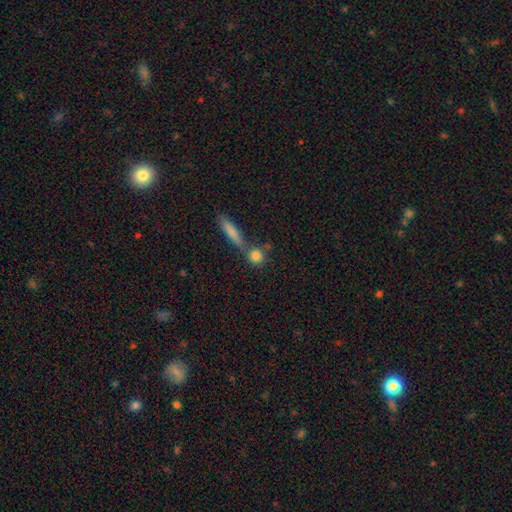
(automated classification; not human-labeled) smooth-or-featured: smooth: 81% | featured or disk: 10% | star or artifact: 9%
  how-rounded: round: 78% | in between: 11% | cigar-shaped: 10%
  merging: none: 65% | merger: 22% | minor disturbance: 9% | major disturbance: 3%